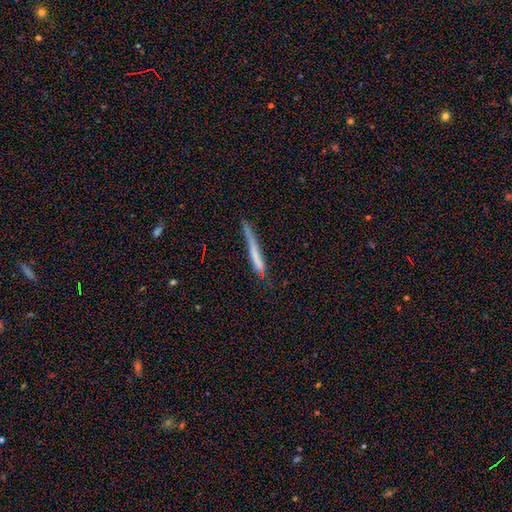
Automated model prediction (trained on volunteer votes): This is possibly a smooth galaxy (58%). How rounded: clearly cigar-shaped (95%). Merging: possibly none (55%).